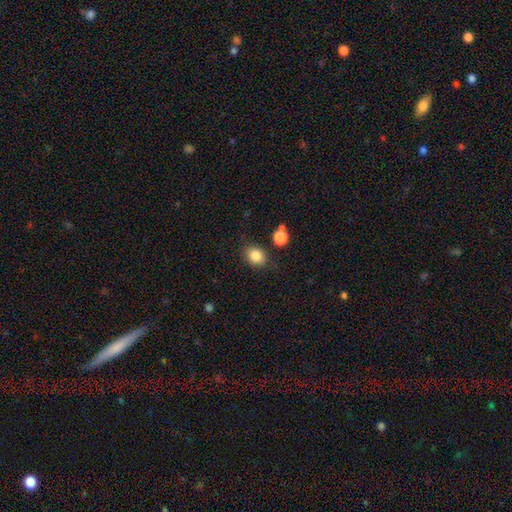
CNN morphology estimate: A smooth galaxy with no disk features (84%) that is round (50%). Merging: none (80%).